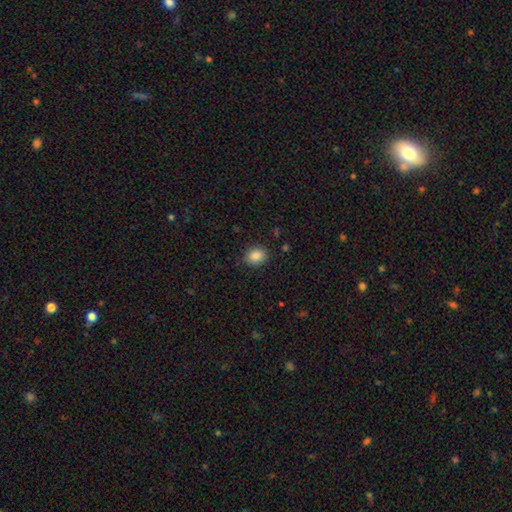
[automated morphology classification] smooth_or_featured: smooth (p=0.86) [alt: star or artifact p=0.09]
how_rounded: in between (p=0.55) [alt: round p=0.44]
merging: none (p=0.87) [alt: minor disturbance p=0.09]